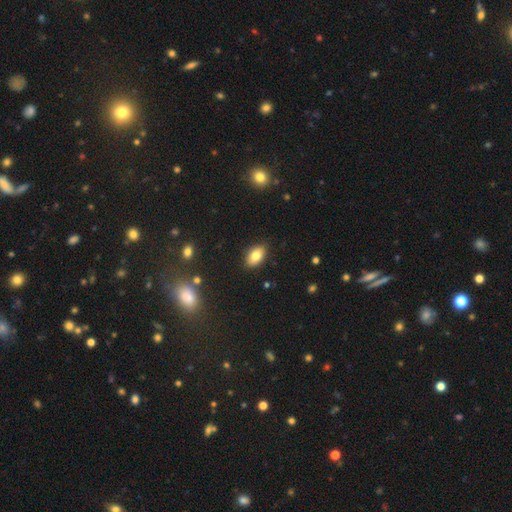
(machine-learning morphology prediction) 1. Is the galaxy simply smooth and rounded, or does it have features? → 79% smooth, 11% featured or disk, 9% star or artifact.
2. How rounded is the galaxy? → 90% in between, 8% round, 2% cigar-shaped.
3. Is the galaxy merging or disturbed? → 87% none, 9% minor disturbance, 2% major disturbance, 1% merger.